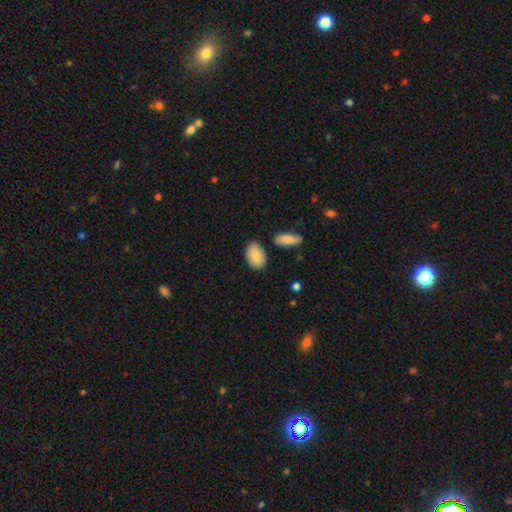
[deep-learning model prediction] Morphology: type=smooth (84%); roundness=in between (91%); merging=none (82%).